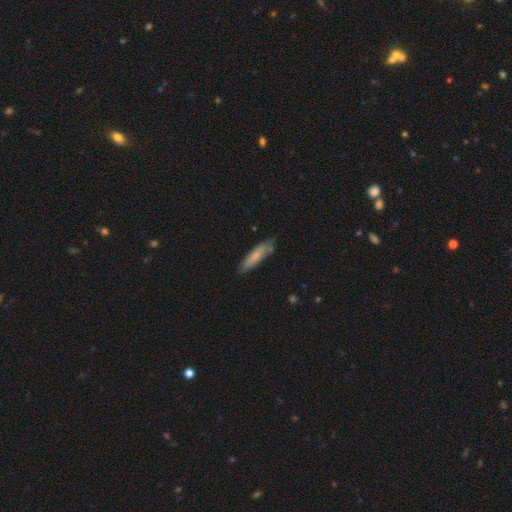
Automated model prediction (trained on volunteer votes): Smooth or featured?
  - smooth: 75% *
  - featured or disk: 19%
  - star or artifact: 6%
How rounded?
  - cigar-shaped: 76% *
  - in between: 22%
  - round: 1%
Merging?
  - none: 75% *
  - minor disturbance: 20%
  - major disturbance: 3%
  - merger: 2%